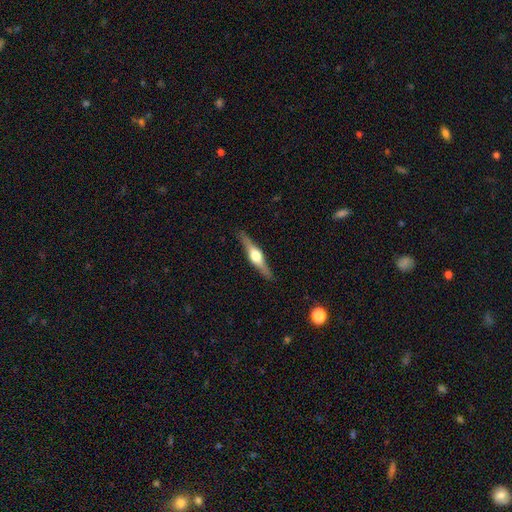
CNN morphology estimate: This appears to be a featured or disk galaxy (76%) viewed edge-on (98%) with a rounded central bulge (94%). Merging: none (89%).